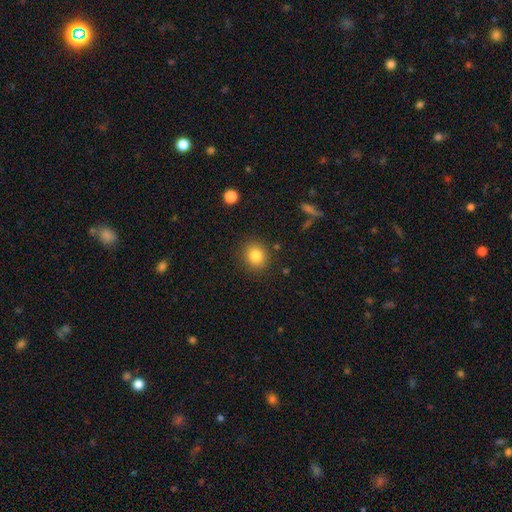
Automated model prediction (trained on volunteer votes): A smooth galaxy with no disk features (83%) that is round (81%).

Vote fractions:
- Smooth or featured? smooth: 83% / star or artifact: 11% / featured or disk: 6%
- How rounded? round: 81% / in between: 18% / cigar-shaped: 1%
- Merging? none: 88% / minor disturbance: 8% / major disturbance: 3% / merger: 2%